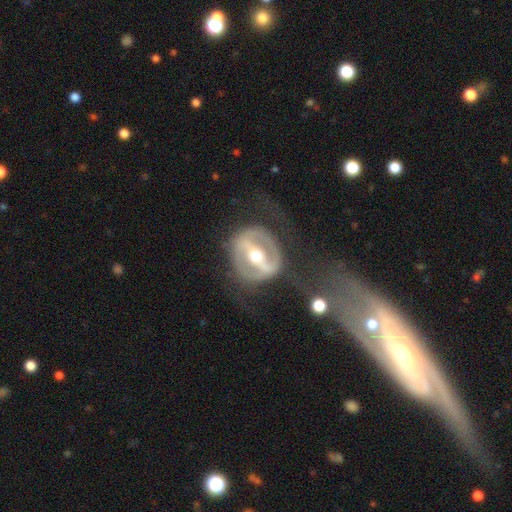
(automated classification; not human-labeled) Overall: featured or disk (82%). Edge-on disk: no (91%). Bar: strong (78%). Spiral arms: no (52%; yes 48%). Bulge size: moderate (71%). Merging: none (55%; major disturbance 22%).